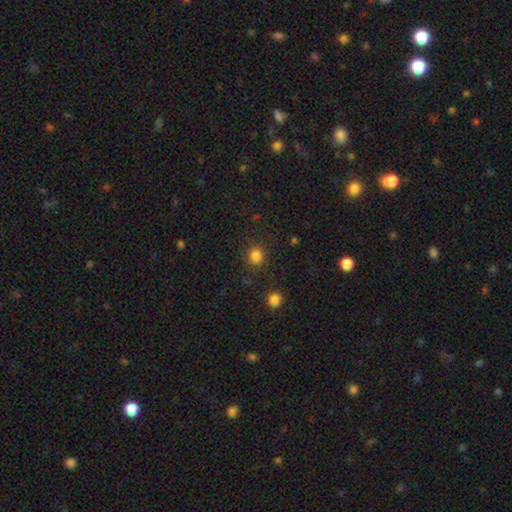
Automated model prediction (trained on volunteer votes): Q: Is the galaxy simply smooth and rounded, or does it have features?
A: smooth — 83%.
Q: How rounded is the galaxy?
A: round — 87%.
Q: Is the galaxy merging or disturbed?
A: none — 85%.